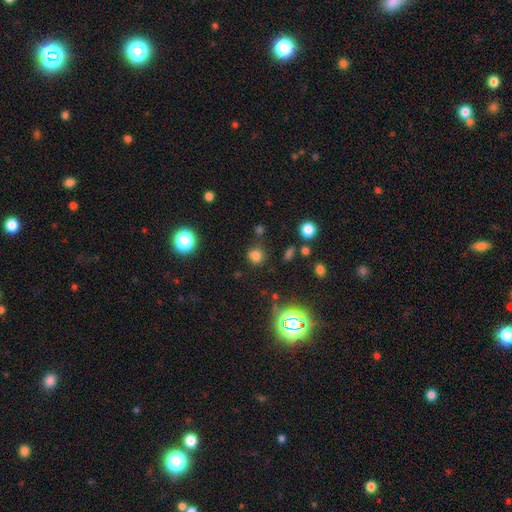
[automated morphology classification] Smooth or featured: smooth — 72% (star or artifact — 22%)
How rounded: round — 81% (in between — 18%)
Merging: none — 79% (minor disturbance — 12%)